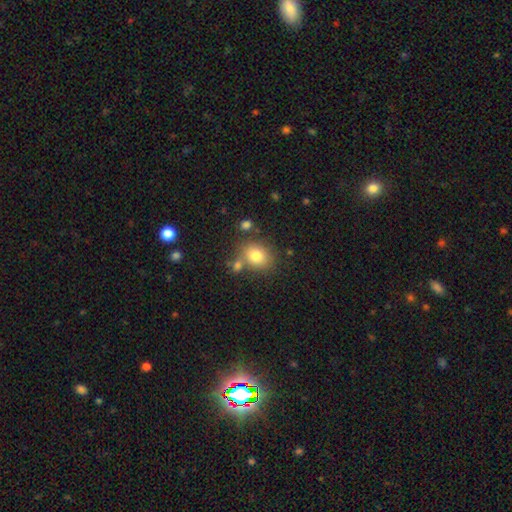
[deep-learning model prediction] Morphology: type=smooth (80%); roundness=round (56%); merging=none (66%).